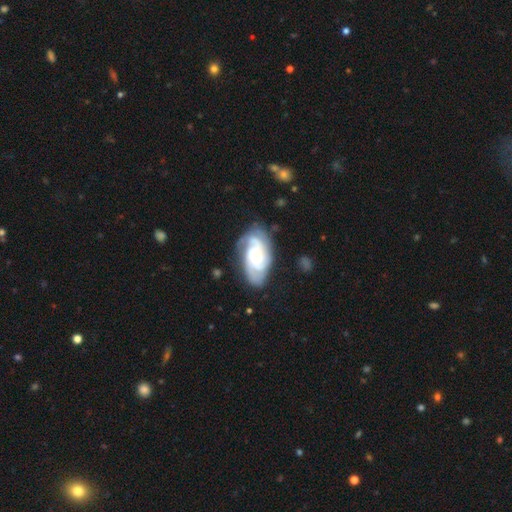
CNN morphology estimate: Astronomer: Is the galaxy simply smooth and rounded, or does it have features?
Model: featured or disk — 84%.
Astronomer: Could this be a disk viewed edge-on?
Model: no — 97%.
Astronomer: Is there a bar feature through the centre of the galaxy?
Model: no — 62%.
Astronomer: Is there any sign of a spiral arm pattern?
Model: yes — 97%.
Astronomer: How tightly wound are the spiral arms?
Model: tight — 57% (runner-up: medium, 35%).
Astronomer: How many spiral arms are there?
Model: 3 — 41% (runner-up: 2, 27%).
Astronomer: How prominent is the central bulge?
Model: moderate — 48% (runner-up: small, 31%).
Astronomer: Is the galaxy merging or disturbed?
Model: none — 75%.